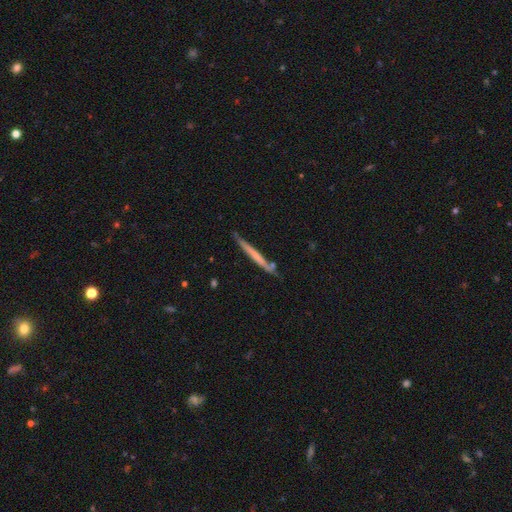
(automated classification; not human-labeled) smooth_or_featured: smooth (p=0.48) [alt: featured or disk p=0.46]
merging: none (p=0.76) [alt: minor disturbance p=0.15]